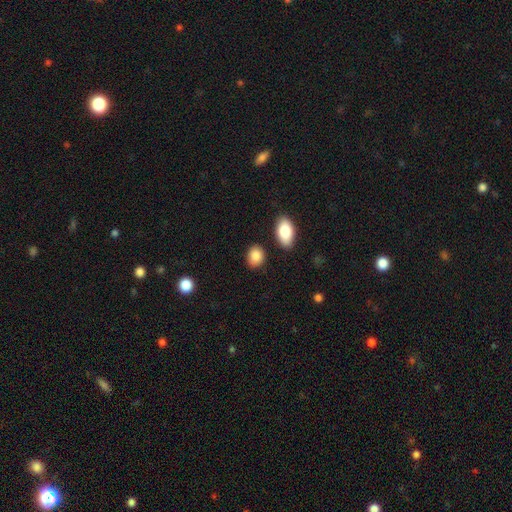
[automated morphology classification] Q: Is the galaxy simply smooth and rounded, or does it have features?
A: smooth — 87%.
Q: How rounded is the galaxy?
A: in between — 63%.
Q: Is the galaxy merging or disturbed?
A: none — 82%.